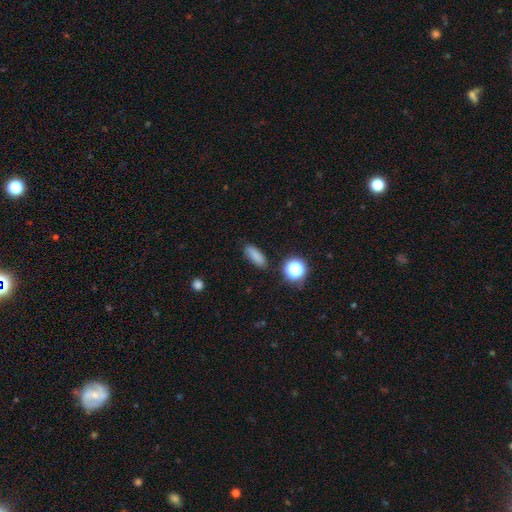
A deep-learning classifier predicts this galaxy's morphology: Q: Smooth or featured?
A: smooth (80%); runner-up: star or artifact (13%)
Q: How rounded?
A: in between (68%); runner-up: cigar-shaped (25%)
Q: Merging?
A: none (82%); runner-up: minor disturbance (13%)